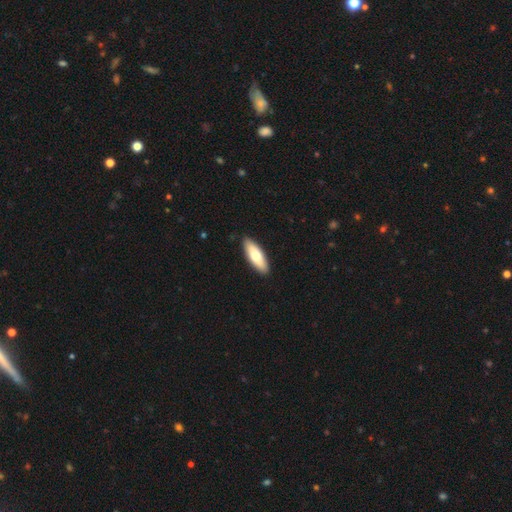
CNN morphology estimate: A smooth galaxy with no disk features (69%) that is in between round and cigar-shaped (59%). Merging: none (90%).